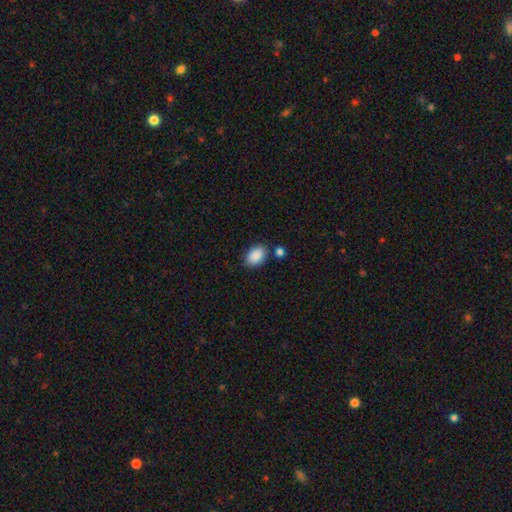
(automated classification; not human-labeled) Morphology: type=smooth (90%); roundness=in between (89%); merging=none (80%).